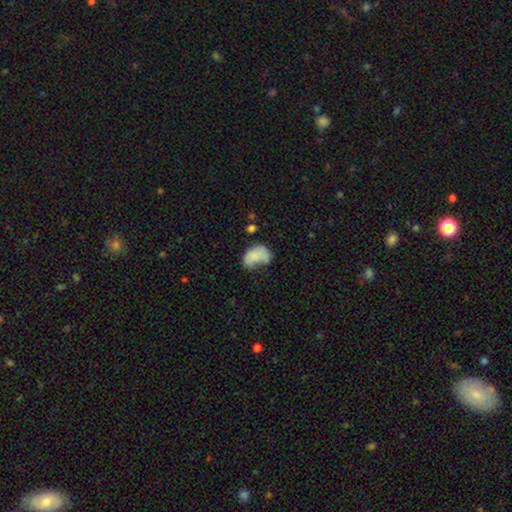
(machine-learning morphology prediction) Smooth or featured? smooth (72%)
How rounded? in between (84%)
Merging? minor disturbance (30%)